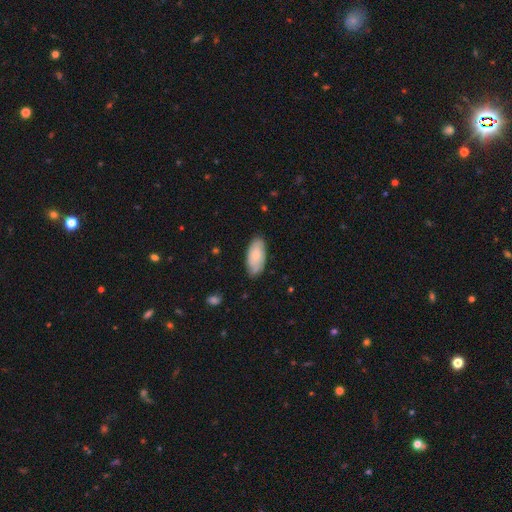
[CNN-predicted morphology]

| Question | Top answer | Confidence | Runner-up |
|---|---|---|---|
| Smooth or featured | smooth | 68% | featured or disk (26%) |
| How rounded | in between | 93% | cigar-shaped (5%) |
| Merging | none | 76% | minor disturbance (20%) |